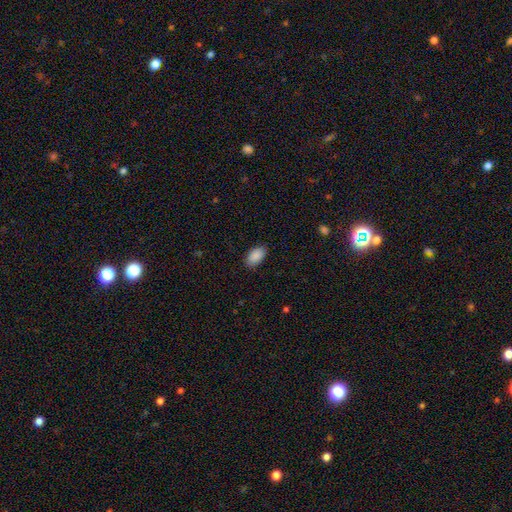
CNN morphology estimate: The model was most divided on "merging": none: 87%, minor disturbance: 10%, major disturbance: 2%, merger: 1%. More confident: how rounded — in between (94%); smooth or featured — smooth (90%).